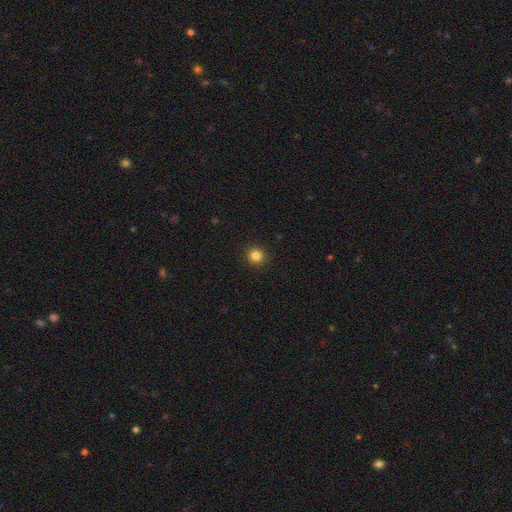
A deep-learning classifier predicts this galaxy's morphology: Smooth or featured? Predicted: smooth (p=0.84). How rounded? Predicted: round (p=0.93). Merging? Predicted: none (p=0.92).